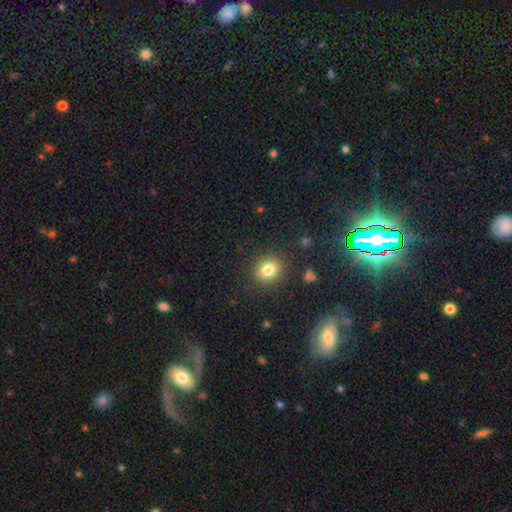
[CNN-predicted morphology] A smooth galaxy with no disk features (40%).

Vote fractions:
- Smooth or featured? smooth: 40% / star or artifact: 39% / featured or disk: 21%
- Merging? none: 82% / minor disturbance: 9% / major disturbance: 5% / merger: 4%